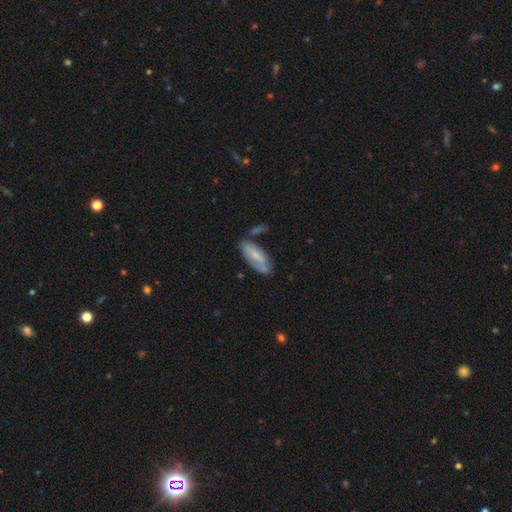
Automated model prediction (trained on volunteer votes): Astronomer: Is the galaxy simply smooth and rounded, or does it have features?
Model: smooth — 50% (runner-up: featured or disk, 44%).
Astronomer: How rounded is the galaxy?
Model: in between — 74%.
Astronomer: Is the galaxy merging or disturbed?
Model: none — 58%.